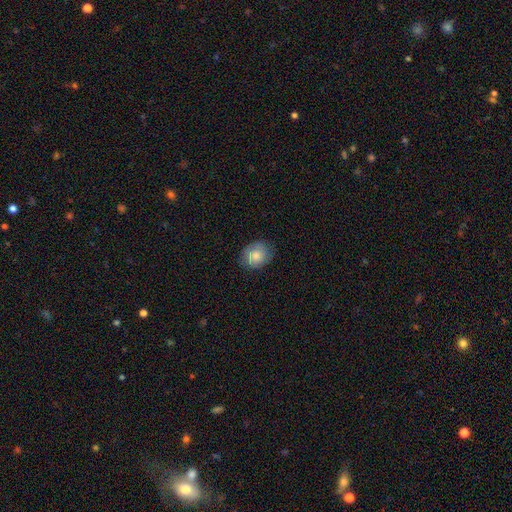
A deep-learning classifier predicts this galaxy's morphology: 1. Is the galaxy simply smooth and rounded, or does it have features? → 74% smooth, 19% featured or disk, 7% star or artifact.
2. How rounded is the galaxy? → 56% round, 43% in between, 1% cigar-shaped.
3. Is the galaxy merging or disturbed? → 79% none, 16% minor disturbance, 4% major disturbance, 1% merger.